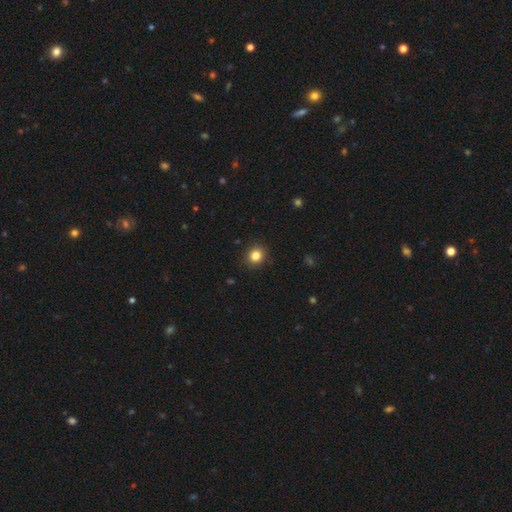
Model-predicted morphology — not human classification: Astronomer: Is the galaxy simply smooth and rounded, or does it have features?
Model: smooth — 84%.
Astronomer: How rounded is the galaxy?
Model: round — 81%.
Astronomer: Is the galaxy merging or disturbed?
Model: none — 89%.